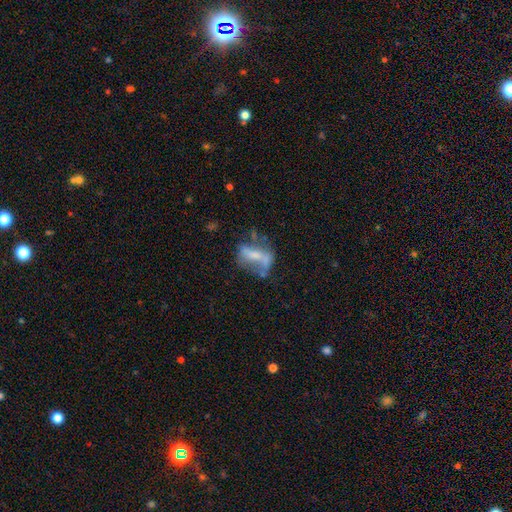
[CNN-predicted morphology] A featured or disk galaxy (57%).

Vote fractions:
- Smooth or featured? featured or disk: 57% / smooth: 33% / star or artifact: 10%
- Edge-on disk? no: 87% / yes: 13%
- Merging? none: 37% / major disturbance: 27% / minor disturbance: 23% / merger: 13%